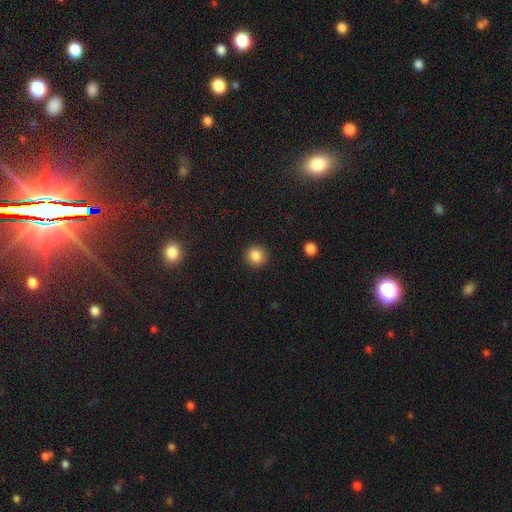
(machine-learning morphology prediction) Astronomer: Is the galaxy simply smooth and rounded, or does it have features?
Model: smooth — 85%.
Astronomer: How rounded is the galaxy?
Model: round — 92%.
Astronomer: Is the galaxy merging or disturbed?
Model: none — 92%.